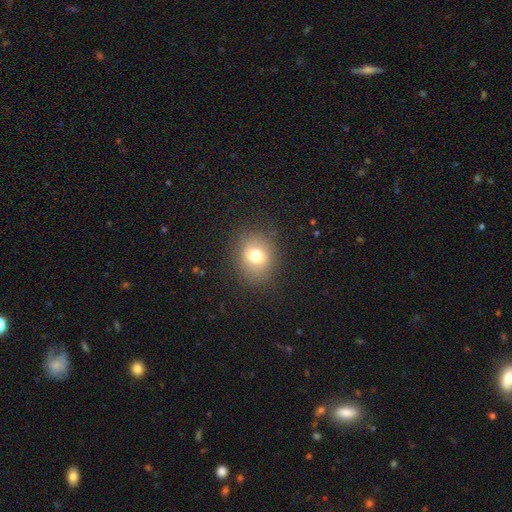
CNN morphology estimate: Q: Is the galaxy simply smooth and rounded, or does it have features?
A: smooth — 72%.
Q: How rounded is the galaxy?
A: round — 65%.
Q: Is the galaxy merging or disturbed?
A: none — 83%.